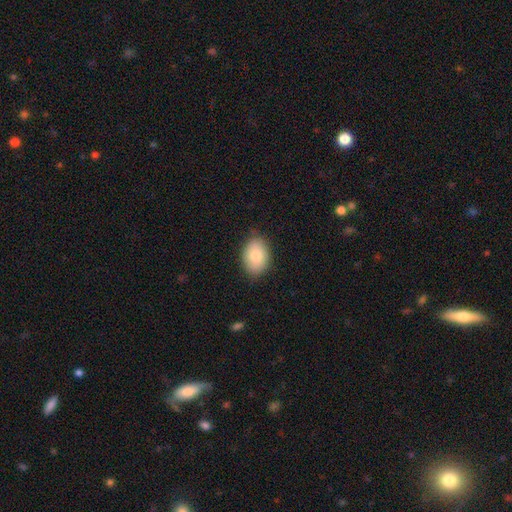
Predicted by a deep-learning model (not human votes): Smooth or featured: smooth — 82% (featured or disk — 11%)
How rounded: in between — 79% (round — 20%)
Merging: none — 84% (minor disturbance — 13%)